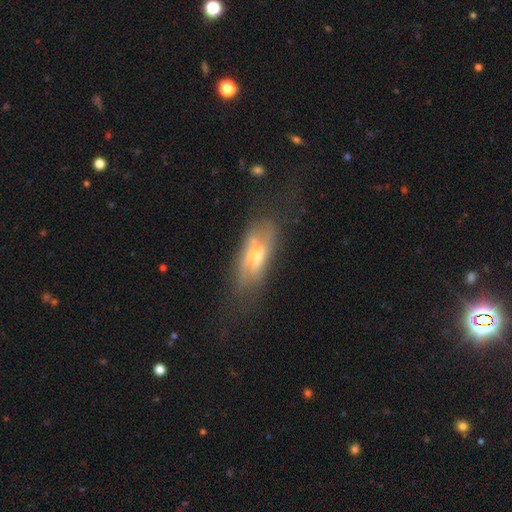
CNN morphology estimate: type=featured or disk (56%); edge-on=no (72%); merging=none (48%).